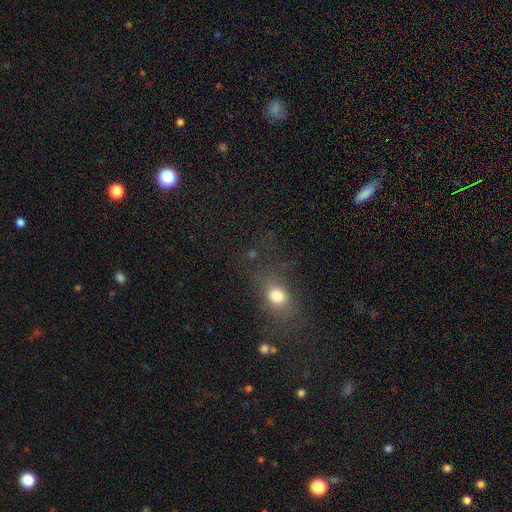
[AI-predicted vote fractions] Smooth or featured? smooth (60%)
How rounded? round (48%)
Merging? none (70%)